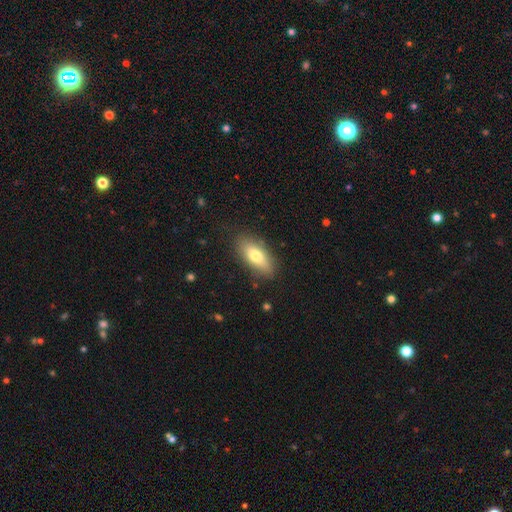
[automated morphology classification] Smooth or featured? Predicted: smooth (p=0.73). How rounded? Predicted: in between (p=0.79). Merging? Predicted: none (p=0.82).